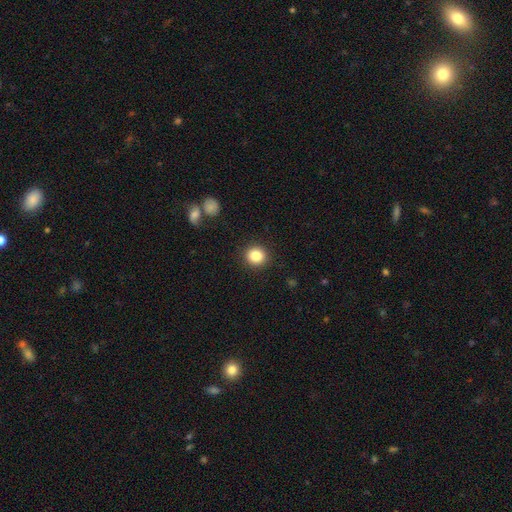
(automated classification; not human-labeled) This appears to be a smooth galaxy with no disk features (86%) that is round (88%). Merging: none (91%).